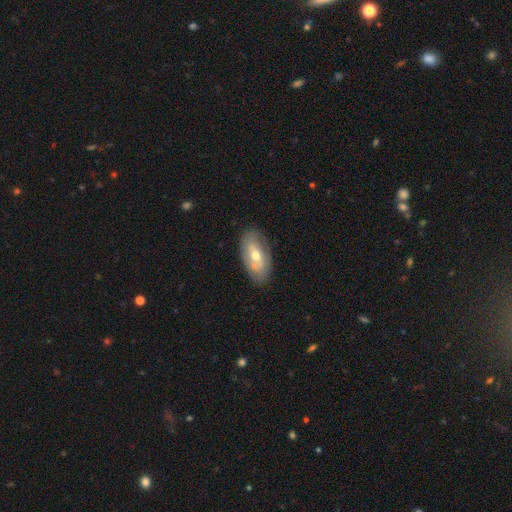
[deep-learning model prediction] Smooth or featured: smooth — 47% (featured or disk — 46%)
Merging: none — 78% (minor disturbance — 15%)